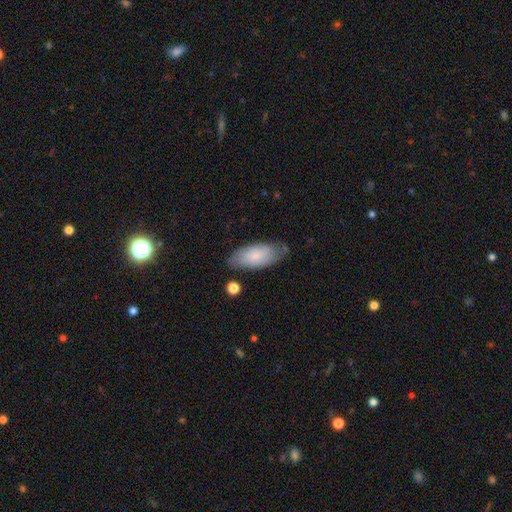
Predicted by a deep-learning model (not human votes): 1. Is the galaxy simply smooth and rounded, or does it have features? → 72% smooth, 22% featured or disk, 6% star or artifact.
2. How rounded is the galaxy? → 88% in between, 10% cigar-shaped, 2% round.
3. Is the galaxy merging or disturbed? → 70% none, 22% minor disturbance, 5% major disturbance, 3% merger.